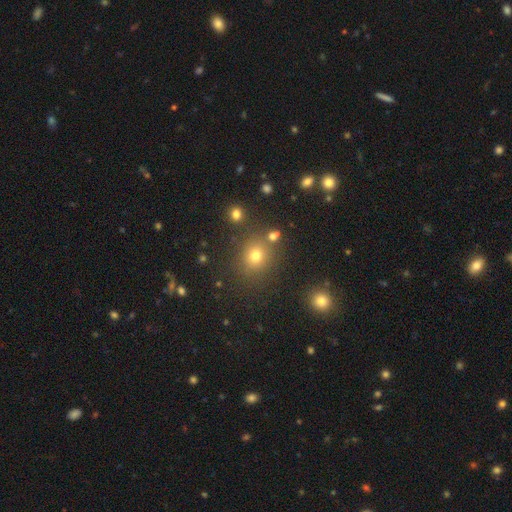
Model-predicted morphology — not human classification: smooth 71%, star or artifact 21%, featured or disk 8%. Down the decision tree: how rounded — round (79%); merging — none (80%).